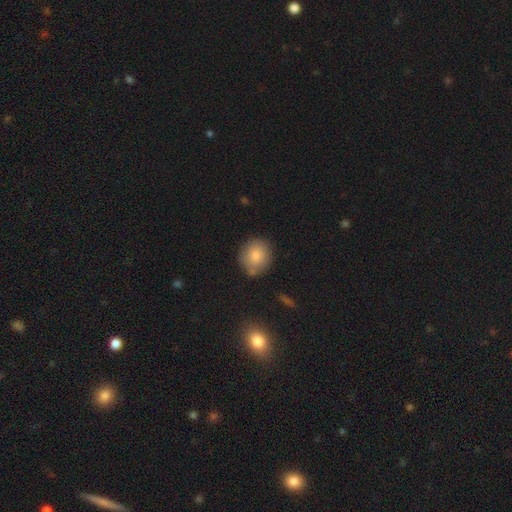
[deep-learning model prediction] Smooth or featured? Predicted: smooth (p=0.81). How rounded? Predicted: round (p=0.82). Merging? Predicted: none (p=0.72).